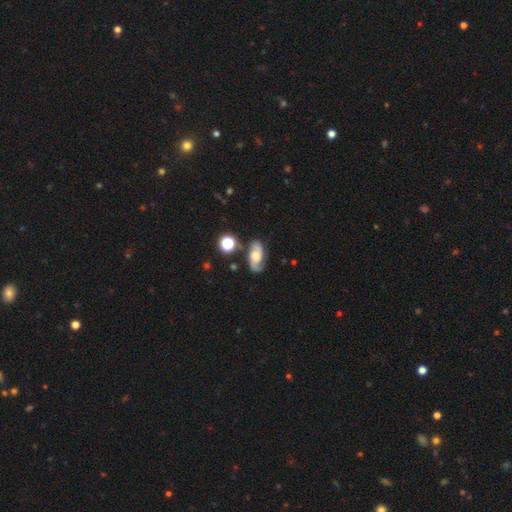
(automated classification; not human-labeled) A featured or disk galaxy (69%) with no bar (60%), 2 (89%) medium (46%) spiral arms (92%) and a moderate central bulge (50%). Merging: none (74%).